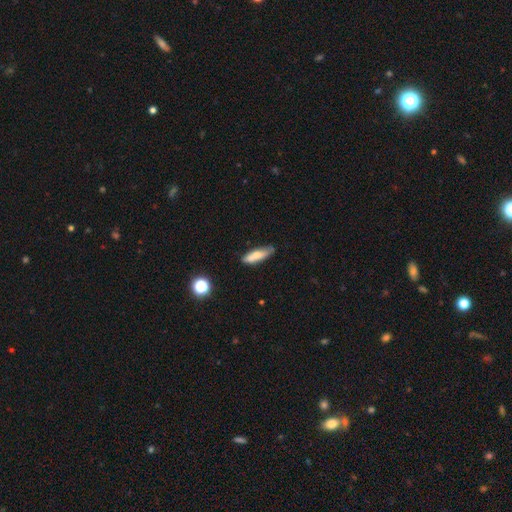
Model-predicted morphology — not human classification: Smooth or featured? Predicted: smooth (p=0.65). How rounded? Predicted: cigar-shaped (p=0.62). Merging? Predicted: none (p=0.78).